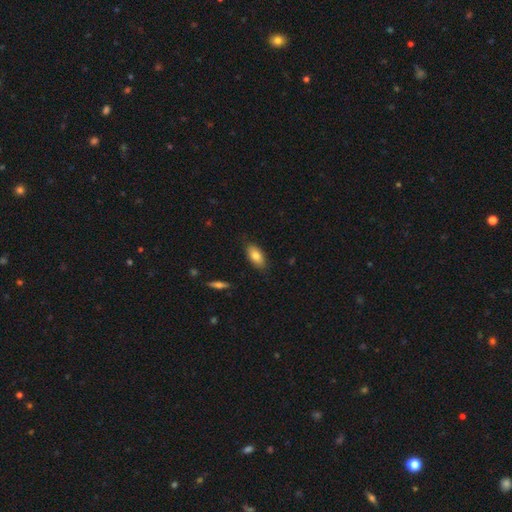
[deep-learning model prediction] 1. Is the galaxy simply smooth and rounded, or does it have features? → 79% smooth, 14% featured or disk, 7% star or artifact.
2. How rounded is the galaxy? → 89% in between, 8% cigar-shaped, 3% round.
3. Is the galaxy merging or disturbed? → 84% none, 13% minor disturbance, 2% major disturbance, 1% merger.